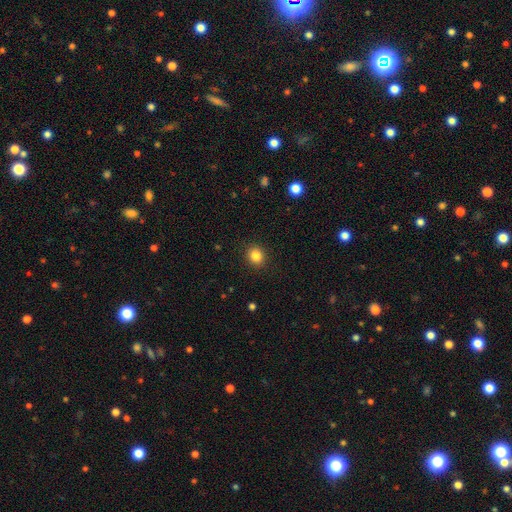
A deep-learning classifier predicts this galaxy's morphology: Overall: smooth (85%). How rounded: round (83%). Merging: none (91%).